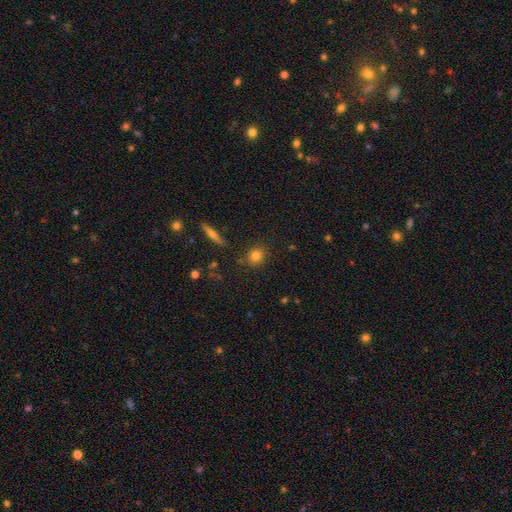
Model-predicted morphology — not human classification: smooth_or_featured: smooth (p=0.81) [alt: star or artifact p=0.11]
how_rounded: round (p=0.80) [alt: in between p=0.17]
merging: none (p=0.85) [alt: minor disturbance p=0.09]